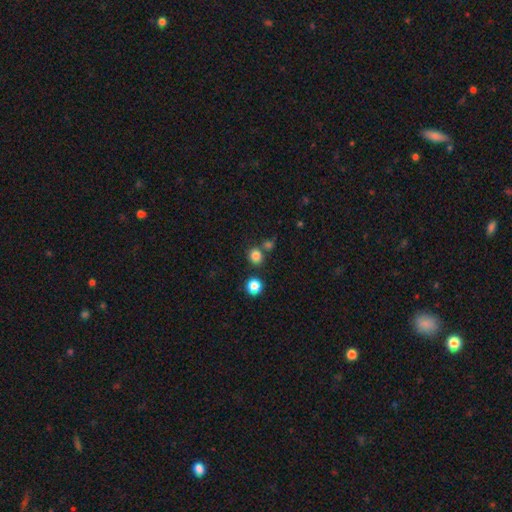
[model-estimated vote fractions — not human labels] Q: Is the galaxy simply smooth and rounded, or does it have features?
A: smooth — 81%.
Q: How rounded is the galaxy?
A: round — 77%.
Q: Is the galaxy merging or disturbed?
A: none — 73%.